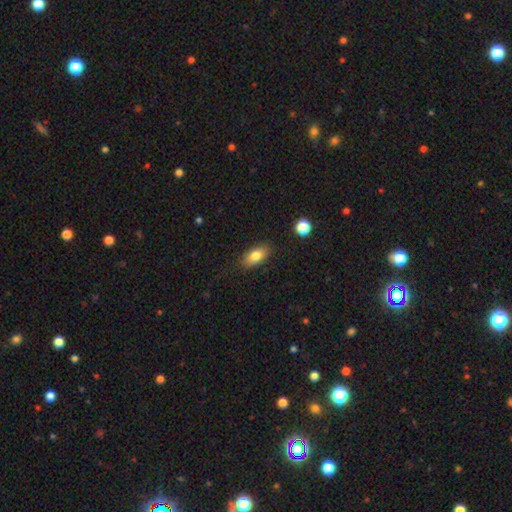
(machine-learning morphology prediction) This is clearly a smooth galaxy (80%). How rounded: clearly in between (87%). Merging: clearly none (84%).